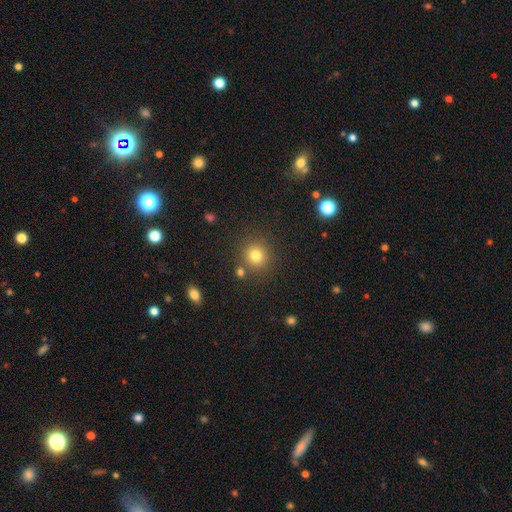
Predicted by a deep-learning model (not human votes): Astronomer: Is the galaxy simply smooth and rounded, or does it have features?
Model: smooth — 79%.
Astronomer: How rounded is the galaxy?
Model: round — 89%.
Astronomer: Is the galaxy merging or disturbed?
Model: none — 81%.